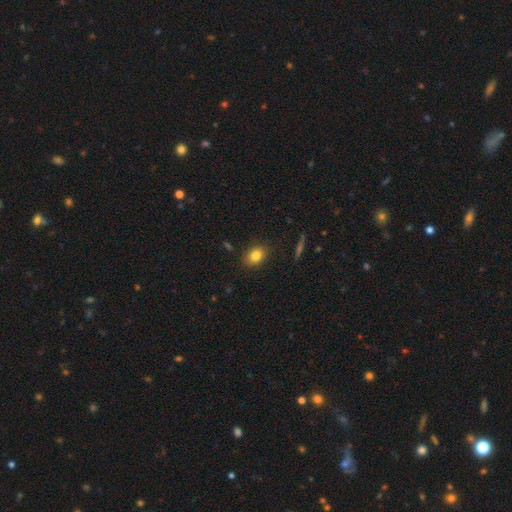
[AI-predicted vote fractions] Smooth or featured: smooth — 82% (star or artifact — 10%)
How rounded: in between — 68% (round — 31%)
Merging: none — 87% (minor disturbance — 10%)